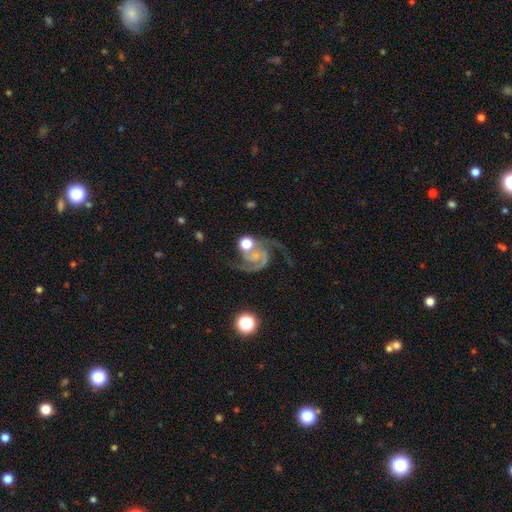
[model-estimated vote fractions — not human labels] Smooth or featured: featured or disk — 88% (star or artifact — 6%)
Edge-on disk: no — 98% (yes — 2%)
Bar: no — 66% (weak — 27%)
Spiral arms: yes — 98% (no — 2%)
Spiral winding: medium — 53% (loose — 27%)
Spiral arm count: 2 — 89% (1 — 4%)
Bulge size: small — 39% (moderate — 27%)
Merging: none — 57% (major disturbance — 16%)